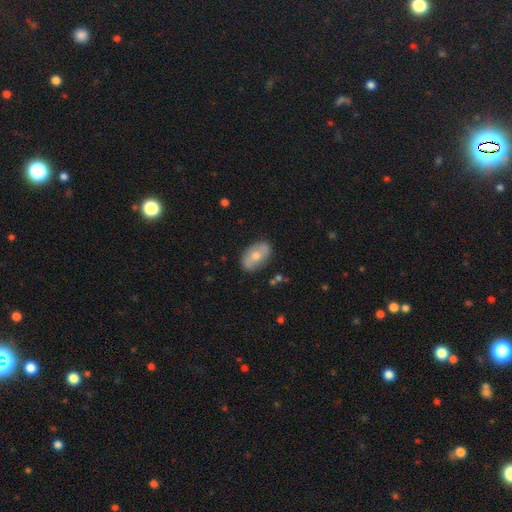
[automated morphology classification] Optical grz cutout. It shows a smooth galaxy with no disk features (51%) that is in between round and cigar-shaped (88%). Merging: none (82%).